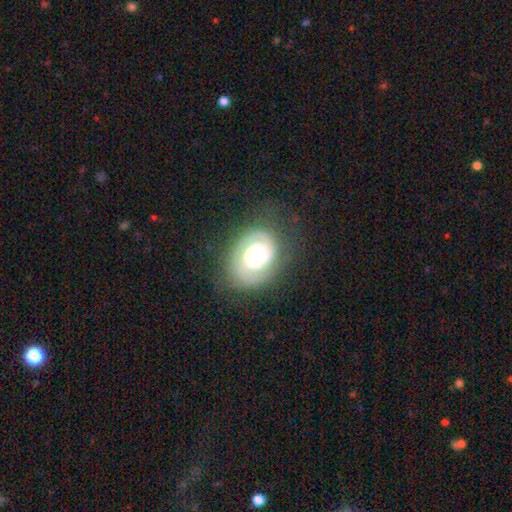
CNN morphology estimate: featured or disk 79%, smooth 16%, star or artifact 6%. Down the decision tree: edge-on disk — no (97%); bar — no (75%); spiral arms — yes (88%); spiral arm count — 2 (37%); spiral winding — tight (72%); bulge size — moderate (55%); merging — none (73%).